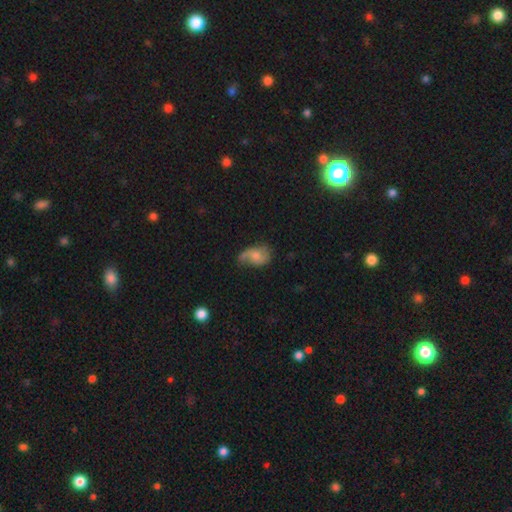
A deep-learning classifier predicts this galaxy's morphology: Smooth or featured? featured or disk (49%)
Merging? none (45%)